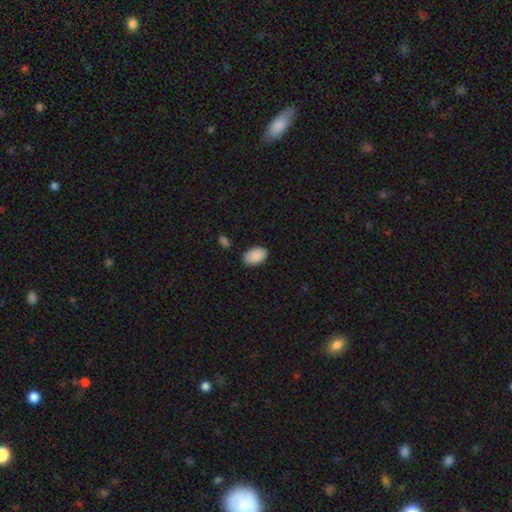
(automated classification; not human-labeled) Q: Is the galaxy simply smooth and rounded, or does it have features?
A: smooth — 89%.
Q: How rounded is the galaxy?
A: in between — 93%.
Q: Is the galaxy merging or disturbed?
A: none — 82%.